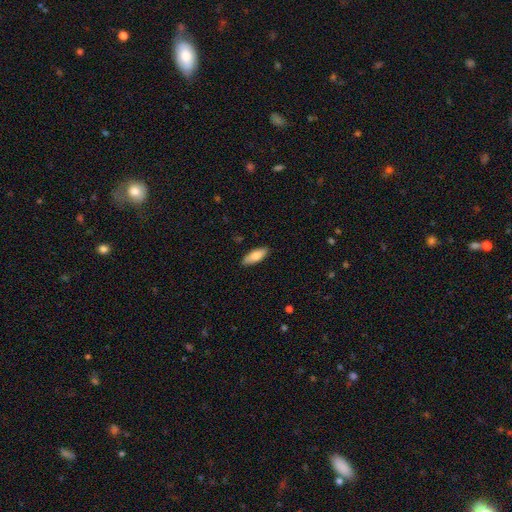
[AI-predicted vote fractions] A smooth galaxy with no disk features (80%) that is in between round and cigar-shaped (70%). Merging: none (88%).